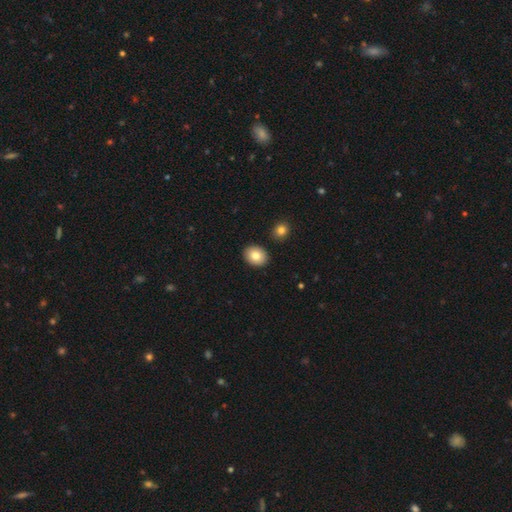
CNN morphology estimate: Q: Smooth or featured?
A: smooth (82%); runner-up: featured or disk (10%)
Q: How rounded?
A: in between (57%); runner-up: round (42%)
Q: Merging?
A: none (90%); runner-up: minor disturbance (6%)